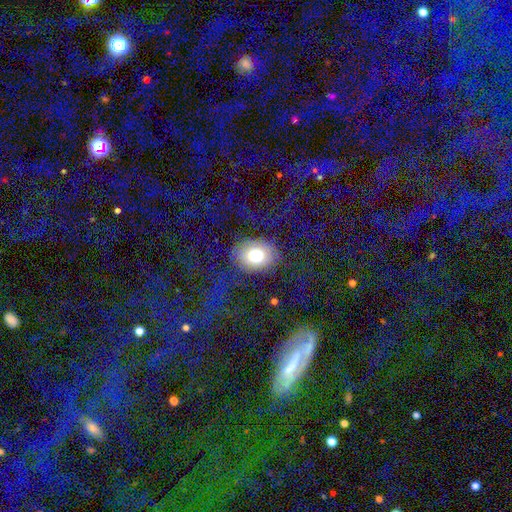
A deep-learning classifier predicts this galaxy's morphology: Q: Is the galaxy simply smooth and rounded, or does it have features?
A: smooth — 68%.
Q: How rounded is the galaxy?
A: in between — 78%.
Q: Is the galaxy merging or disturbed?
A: none — 66%.